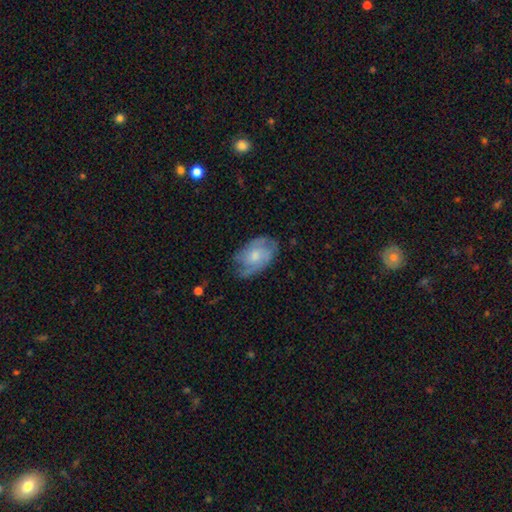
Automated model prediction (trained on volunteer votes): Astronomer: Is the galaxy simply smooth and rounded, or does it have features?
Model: featured or disk — 58% (runner-up: smooth, 36%).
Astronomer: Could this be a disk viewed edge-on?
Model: no — 96%.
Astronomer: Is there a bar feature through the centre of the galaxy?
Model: no — 75%.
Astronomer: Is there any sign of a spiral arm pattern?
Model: yes — 79%.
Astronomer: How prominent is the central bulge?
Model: moderate — 48% (runner-up: small, 40%).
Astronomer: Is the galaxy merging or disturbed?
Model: none — 61%.